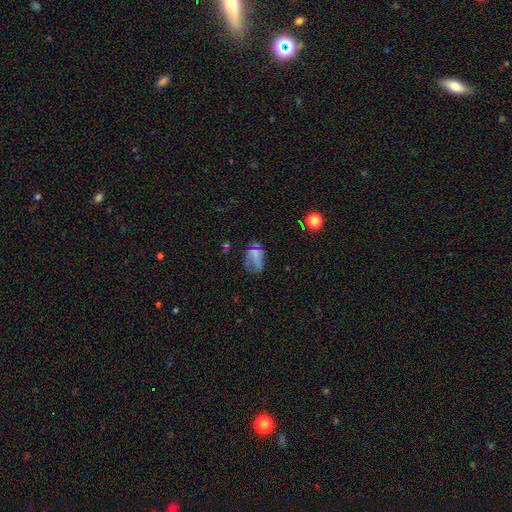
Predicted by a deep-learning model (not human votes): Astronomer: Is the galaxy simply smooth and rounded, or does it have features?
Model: smooth — 53% (runner-up: featured or disk, 30%).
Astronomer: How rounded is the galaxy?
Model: in between — 83%.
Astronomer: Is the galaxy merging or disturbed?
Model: none — 36% (runner-up: major disturbance, 33%).